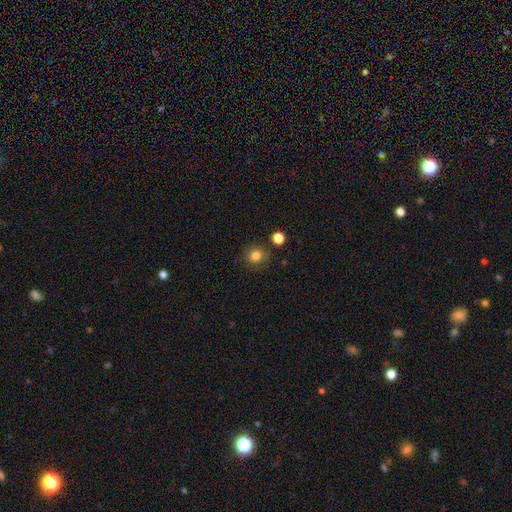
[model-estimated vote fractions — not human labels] Morphology: type=smooth (82%); roundness=round (85%); merging=none (83%).